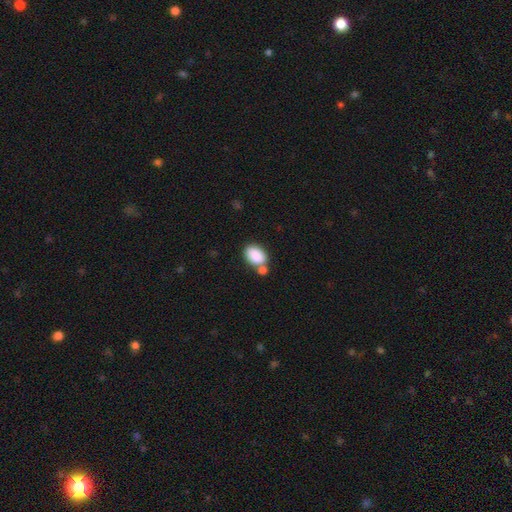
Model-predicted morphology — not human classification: smooth-or-featured: smooth: 88% | star or artifact: 7% | featured or disk: 5%
  how-rounded: in between: 86% | round: 12% | cigar-shaped: 1%
  merging: none: 57% | merger: 26% | minor disturbance: 13% | major disturbance: 4%